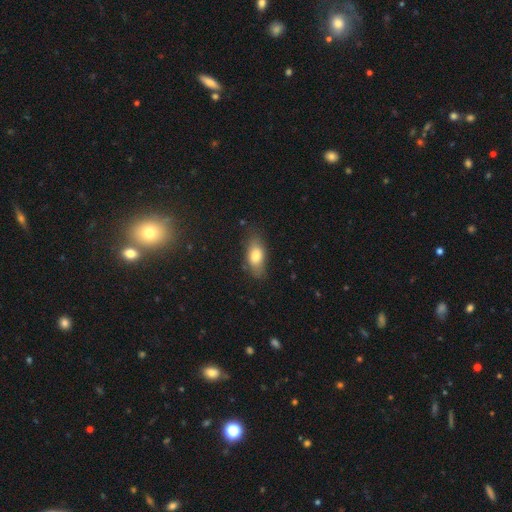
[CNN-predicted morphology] This is likely a smooth galaxy (78%). How rounded: clearly in between (85%). Merging: likely none (73%).